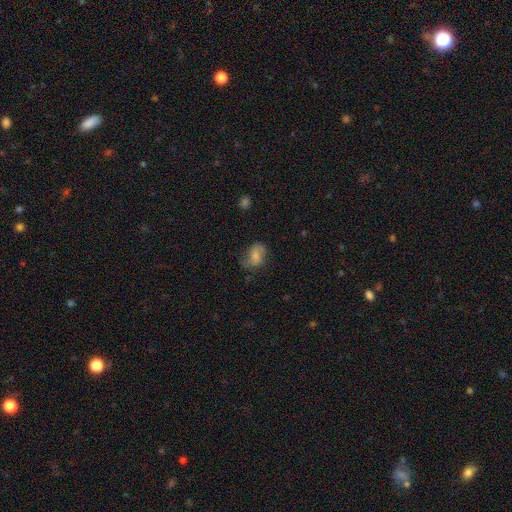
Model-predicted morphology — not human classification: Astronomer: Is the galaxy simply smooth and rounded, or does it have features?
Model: smooth — 68%.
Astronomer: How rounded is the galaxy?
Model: in between — 79%.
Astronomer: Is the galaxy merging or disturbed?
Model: none — 54% (runner-up: minor disturbance, 29%).